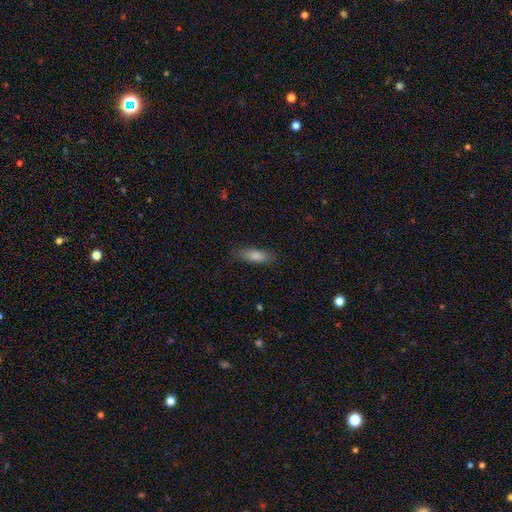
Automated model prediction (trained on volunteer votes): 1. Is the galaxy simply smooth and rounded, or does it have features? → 84% smooth, 9% featured or disk, 7% star or artifact.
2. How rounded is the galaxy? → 55% in between, 43% cigar-shaped, 2% round.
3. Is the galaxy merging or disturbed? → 81% none, 14% minor disturbance, 3% major disturbance, 1% merger.